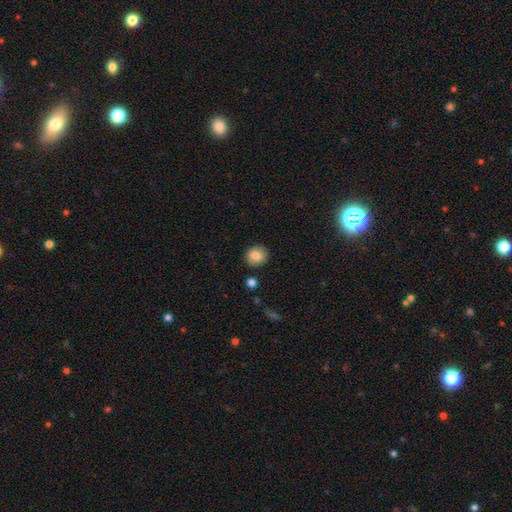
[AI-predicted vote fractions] Morphology: type=smooth (85%); roundness=round (82%); merging=none (87%).